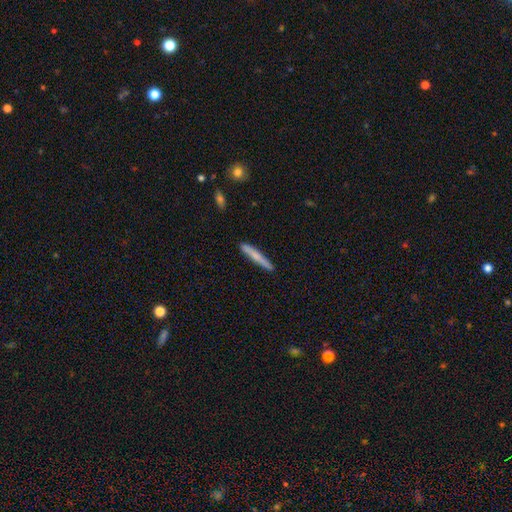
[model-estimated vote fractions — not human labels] smooth 61%, featured or disk 33%, star or artifact 6%. Down the decision tree: how rounded — cigar-shaped (96%); merging — none (89%).